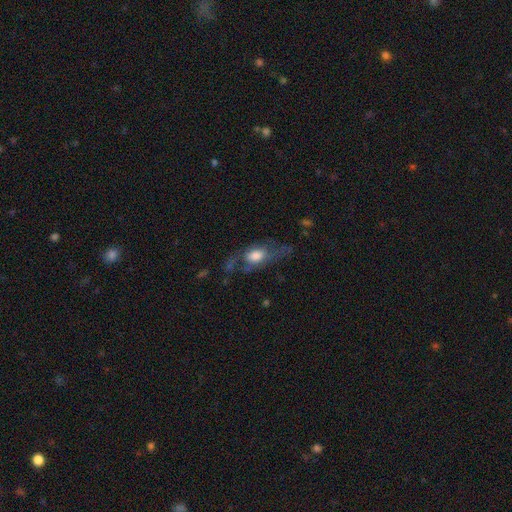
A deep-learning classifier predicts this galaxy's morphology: smooth-or-featured: featured or disk: 47% | smooth: 45% | star or artifact: 8%
  merging: none: 48% | major disturbance: 27% | minor disturbance: 23% | merger: 3%